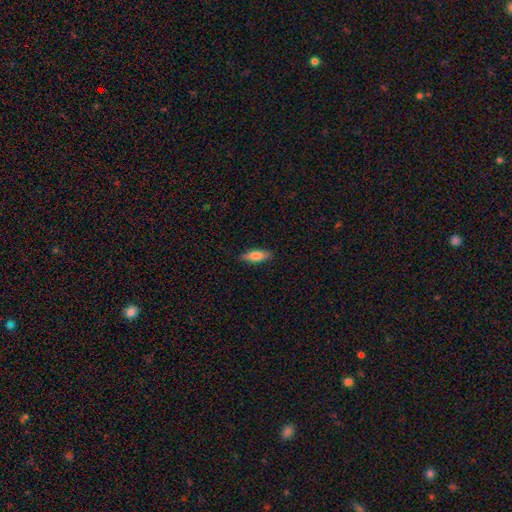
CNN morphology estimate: Smooth or featured?
  - smooth: 77% *
  - featured or disk: 17%
  - star or artifact: 6%
How rounded?
  - in between: 59% *
  - cigar-shaped: 39%
  - round: 2%
Merging?
  - none: 86% *
  - minor disturbance: 11%
  - major disturbance: 2%
  - merger: 1%